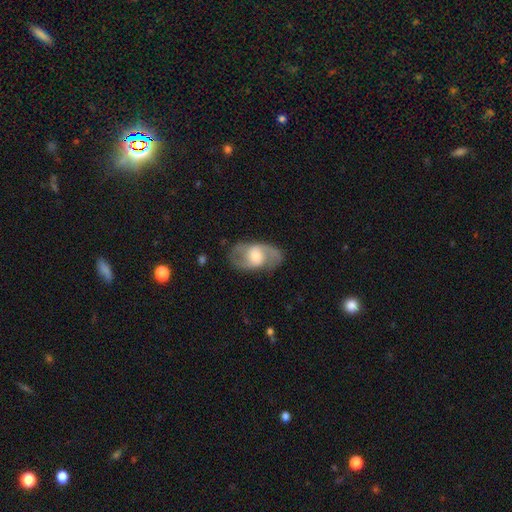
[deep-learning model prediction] Smooth or featured?
  - featured or disk: 71% *
  - smooth: 23%
  - star or artifact: 6%
Edge-on disk?
  - no: 95% *
  - yes: 5%
Bar?
  - weak: 43% *
  - no: 41%
  - strong: 16%
Spiral arms?
  - yes: 84% *
  - no: 16%
Spiral winding?
  - medium: 50% *
  - loose: 33%
  - tight: 18%
Spiral arm count?
  - 2: 87% *
  - can't tell: 7%
  - 1: 3%
  - 3: 2%
  - 4: 1%
  - more than 4: 1%
Bulge size?
  - moderate: 53% *
  - small: 27%
  - large: 15%
  - none: 2%
  - dominant: 2%
Merging?
  - none: 76% *
  - minor disturbance: 15%
  - major disturbance: 8%
  - merger: 1%